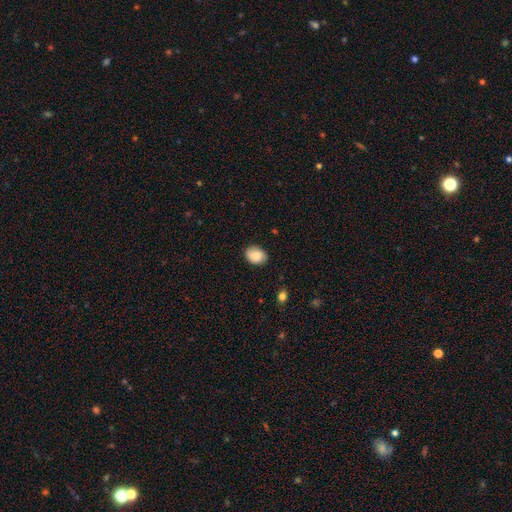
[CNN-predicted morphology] smooth 84%, featured or disk 8%, star or artifact 8%. Down the decision tree: how rounded — in between (64%); merging — none (82%).